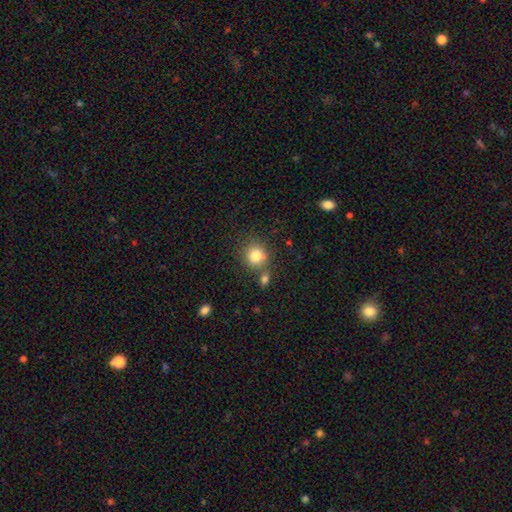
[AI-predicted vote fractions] smooth 81%, star or artifact 11%, featured or disk 8%. Down the decision tree: how rounded — round (84%); merging — none (66%).